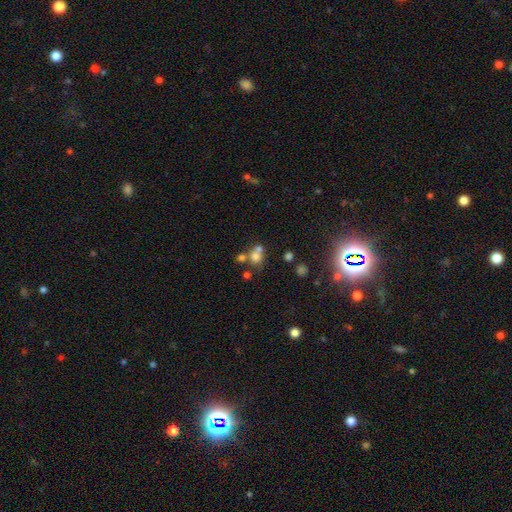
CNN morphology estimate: Smooth or featured?
  - smooth: 68% *
  - star or artifact: 17%
  - featured or disk: 15%
How rounded?
  - round: 81% *
  - in between: 18%
  - cigar-shaped: 1%
Merging?
  - merger: 47% *
  - none: 42%
  - minor disturbance: 7%
  - major disturbance: 4%